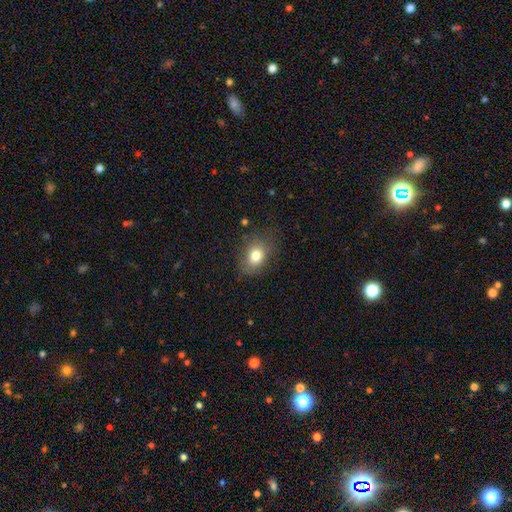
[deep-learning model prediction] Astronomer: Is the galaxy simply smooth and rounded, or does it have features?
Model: smooth — 78%.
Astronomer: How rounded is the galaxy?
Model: in between — 60% (runner-up: round, 39%).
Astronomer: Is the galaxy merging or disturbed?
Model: none — 72%.